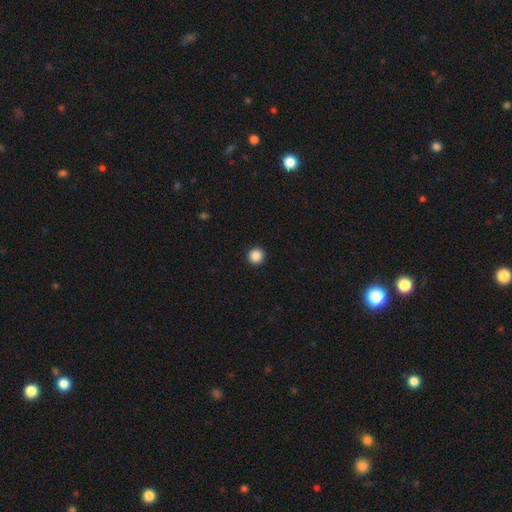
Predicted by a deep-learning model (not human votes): smooth-or-featured: smooth: 88% | star or artifact: 10% | featured or disk: 2%
  how-rounded: round: 96% | in between: 3% | cigar-shaped: 1%
  merging: none: 94% | minor disturbance: 4% | major disturbance: 1% | merger: 1%